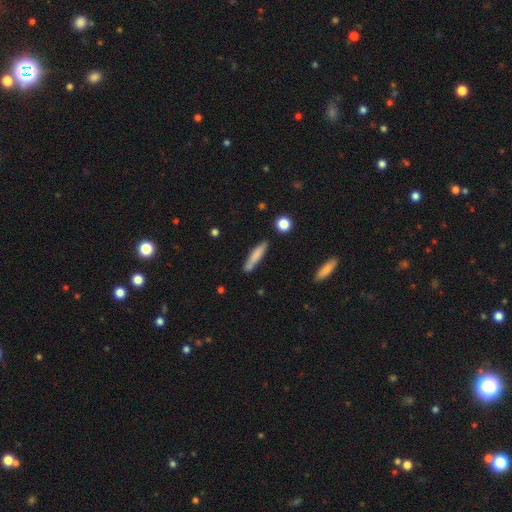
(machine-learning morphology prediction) smooth-or-featured: smooth: 74% | featured or disk: 20% | star or artifact: 6%
  how-rounded: cigar-shaped: 87% | in between: 11% | round: 2%
  merging: none: 79% | minor disturbance: 14% | merger: 5% | major disturbance: 3%